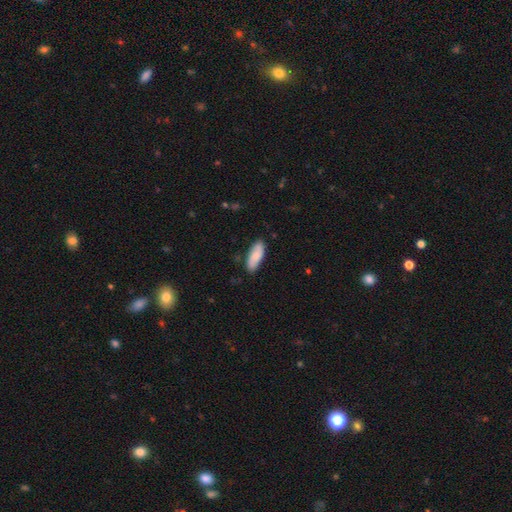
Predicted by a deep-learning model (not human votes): Smooth or featured: smooth — 79% (featured or disk — 16%)
How rounded: in between — 70% (cigar-shaped — 29%)
Merging: none — 84% (minor disturbance — 12%)